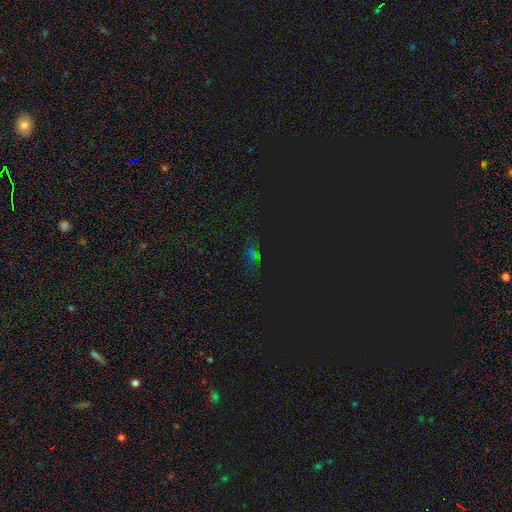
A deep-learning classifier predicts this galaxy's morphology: A star or artifact, not a galaxy (67%).

Vote fractions:
- Smooth or featured? star or artifact: 67% / smooth: 22% / featured or disk: 10%